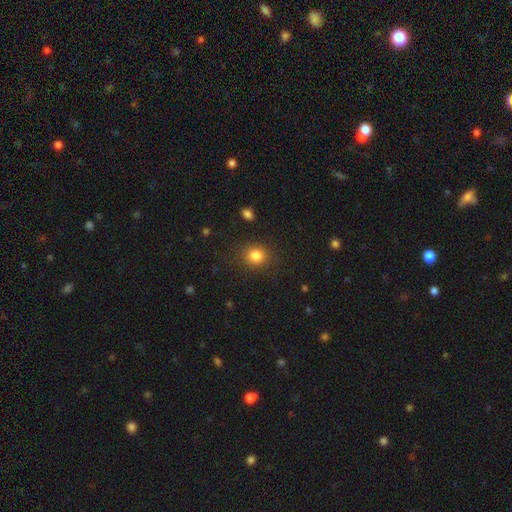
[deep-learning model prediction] Q: Smooth or featured?
A: smooth (83%); runner-up: star or artifact (12%)
Q: How rounded?
A: round (82%); runner-up: in between (17%)
Q: Merging?
A: none (87%); runner-up: minor disturbance (8%)